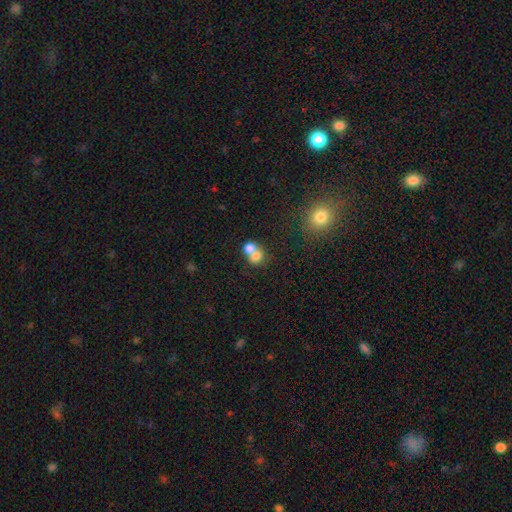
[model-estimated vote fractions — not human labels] smooth-or-featured: smooth: 73% | featured or disk: 16% | star or artifact: 11%
  how-rounded: round: 69% | in between: 30% | cigar-shaped: 1%
  merging: merger: 65% | none: 26% | minor disturbance: 6% | major disturbance: 3%